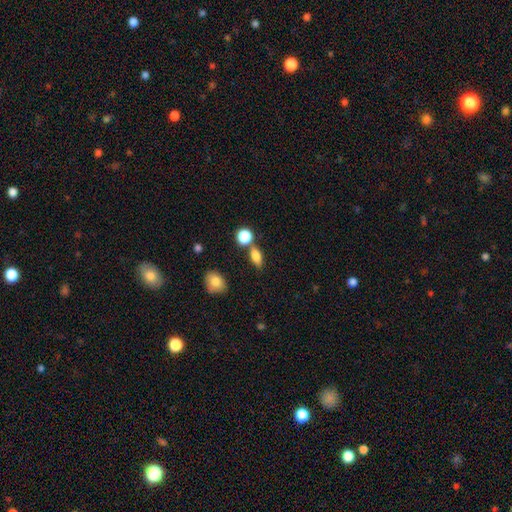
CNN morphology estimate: A smooth galaxy with no disk features (79%) that is in between round and cigar-shaped (72%).

Vote fractions:
- Smooth or featured? smooth: 79% / featured or disk: 11% / star or artifact: 10%
- How rounded? in between: 72% / round: 15% / cigar-shaped: 13%
- Merging? none: 66% / merger: 17% / minor disturbance: 13% / major disturbance: 4%